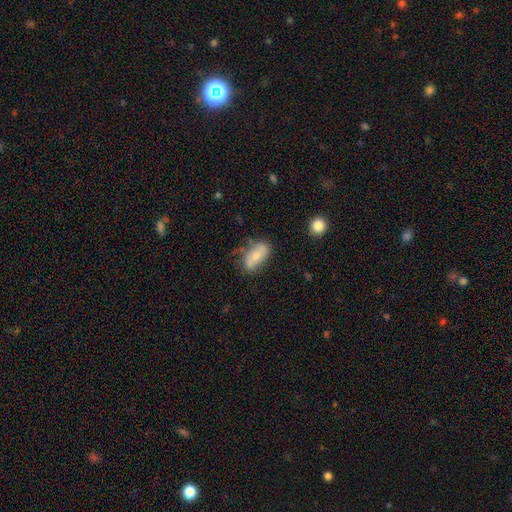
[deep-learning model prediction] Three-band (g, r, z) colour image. It shows a smooth galaxy with no disk features (62%) that is in between round and cigar-shaped (87%). Merging: none (55%).